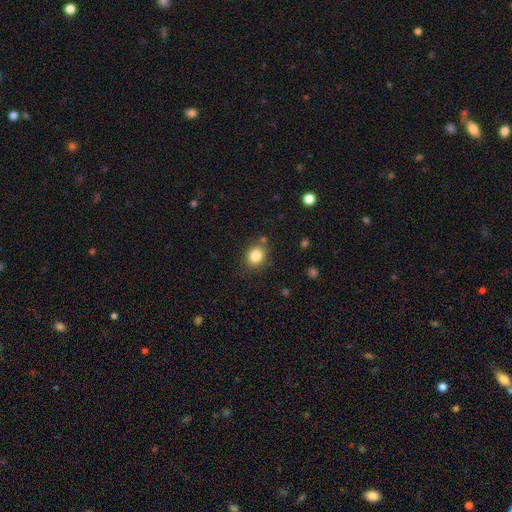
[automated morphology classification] smooth 84%, star or artifact 10%, featured or disk 6%. Down the decision tree: how rounded — round (68%); merging — none (81%).